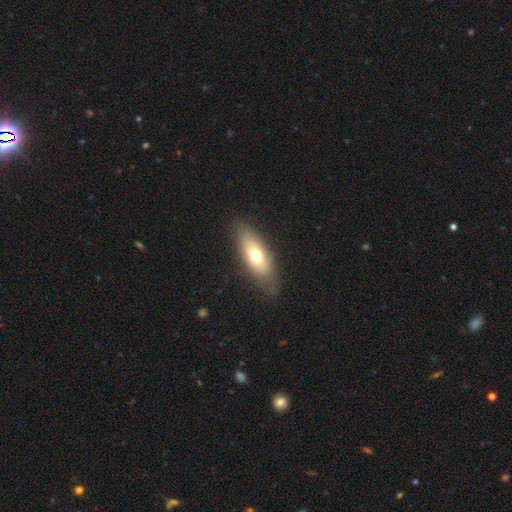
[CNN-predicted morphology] smooth_or_featured: smooth (p=0.66) [alt: featured or disk p=0.27]
how_rounded: in between (p=0.71) [alt: cigar-shaped p=0.26]
merging: none (p=0.77) [alt: minor disturbance p=0.17]